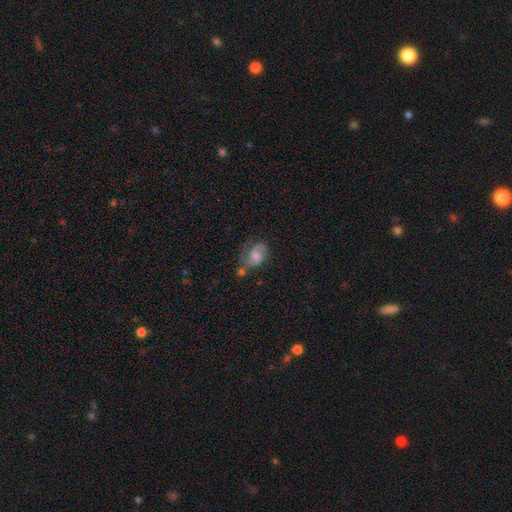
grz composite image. It shows a featured or disk galaxy (75%) with no bar (52%), 2 (96%) medium (59%) spiral arms (100%) and a moderate central bulge (37%). Merging: none (66%).